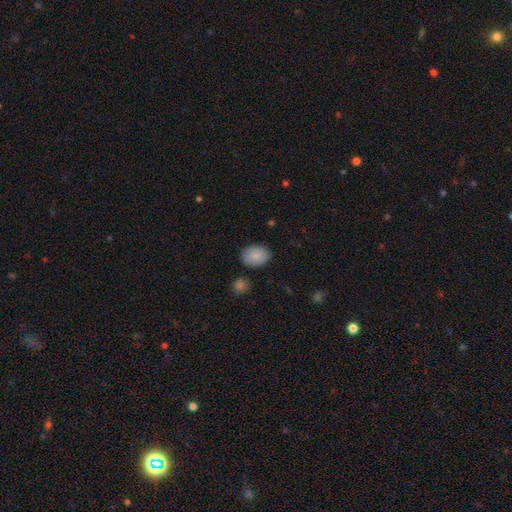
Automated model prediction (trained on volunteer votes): Morphology: type=smooth (87%); roundness=in between (79%); merging=none (83%).